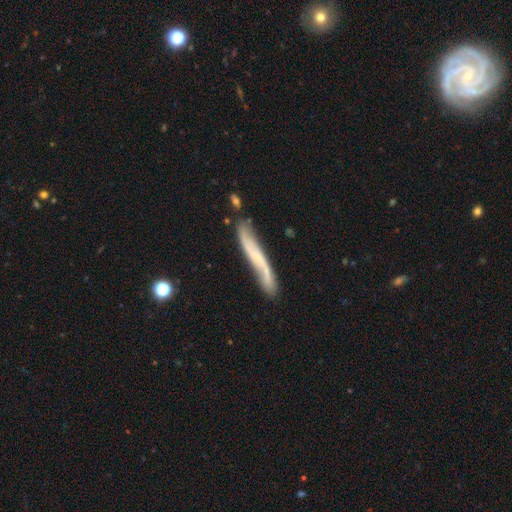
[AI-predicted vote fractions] Smooth or featured?
  - featured or disk: 65% *
  - smooth: 29%
  - star or artifact: 7%
Edge-on disk?
  - no: 52% *
  - yes: 48%
Merging?
  - none: 66% *
  - minor disturbance: 21%
  - merger: 7%
  - major disturbance: 6%